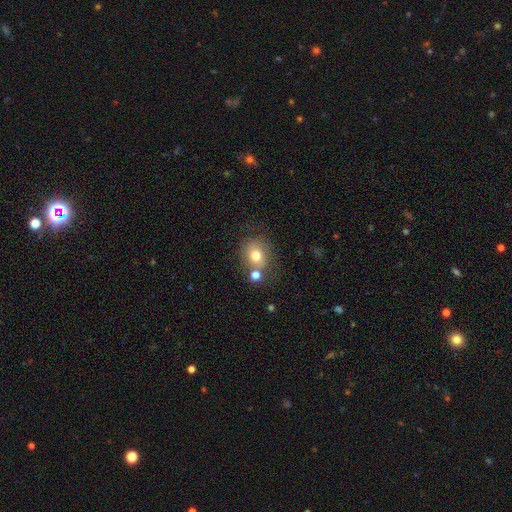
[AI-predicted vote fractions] Overall: smooth (74%). How rounded: round (66%; in between 33%). Merging: none (60%).